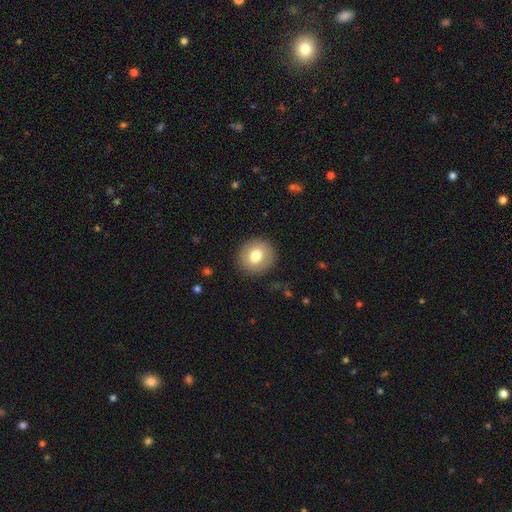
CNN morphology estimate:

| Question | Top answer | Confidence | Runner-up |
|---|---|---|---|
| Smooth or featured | smooth | 75% | featured or disk (17%) |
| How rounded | round | 85% | in between (14%) |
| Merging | none | 89% | minor disturbance (7%) |